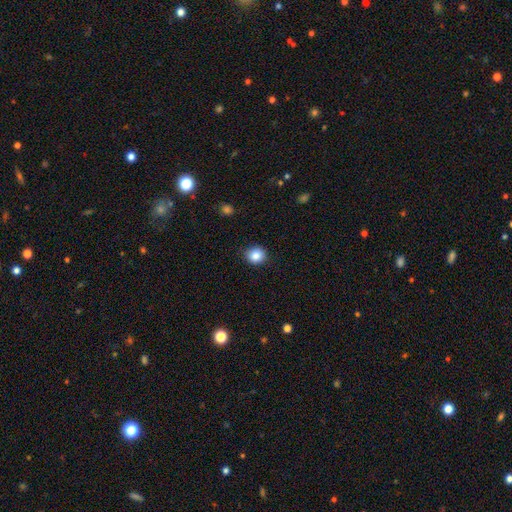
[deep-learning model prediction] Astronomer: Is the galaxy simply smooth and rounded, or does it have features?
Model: smooth — 86%.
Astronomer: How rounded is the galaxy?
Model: round — 84%.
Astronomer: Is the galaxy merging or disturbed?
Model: none — 86%.